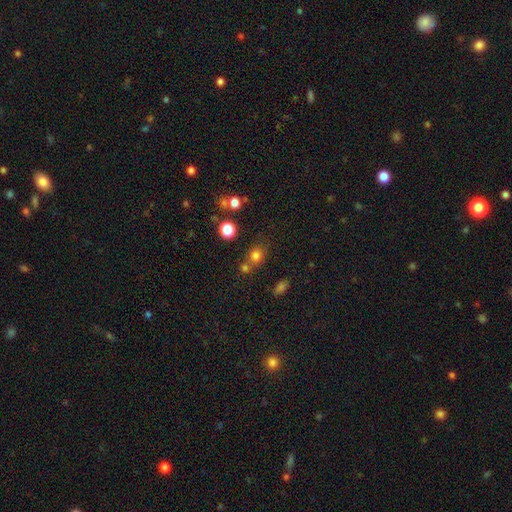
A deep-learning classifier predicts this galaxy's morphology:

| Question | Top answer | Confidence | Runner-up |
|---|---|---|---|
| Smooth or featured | smooth | 75% | star or artifact (17%) |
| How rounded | round | 72% | in between (27%) |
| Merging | none | 60% | merger (24%) |